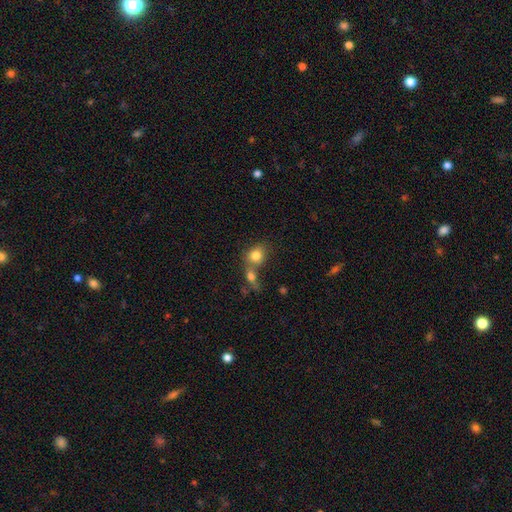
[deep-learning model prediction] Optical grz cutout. It shows a smooth galaxy with no disk features (80%) that is round (67%). Merging: merger (47%).